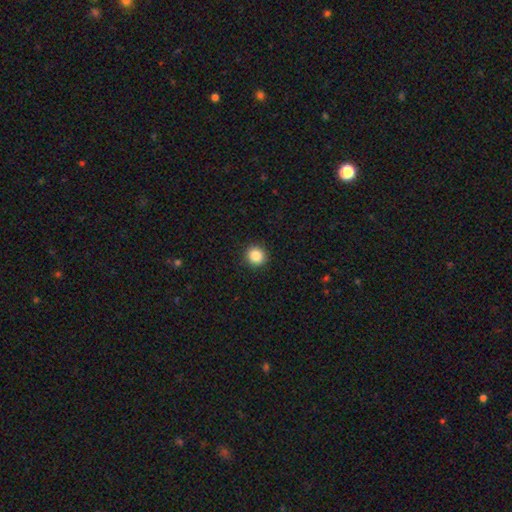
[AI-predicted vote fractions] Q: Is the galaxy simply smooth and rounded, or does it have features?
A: smooth — 86%.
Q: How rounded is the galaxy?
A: round — 91%.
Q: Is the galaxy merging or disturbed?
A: none — 92%.